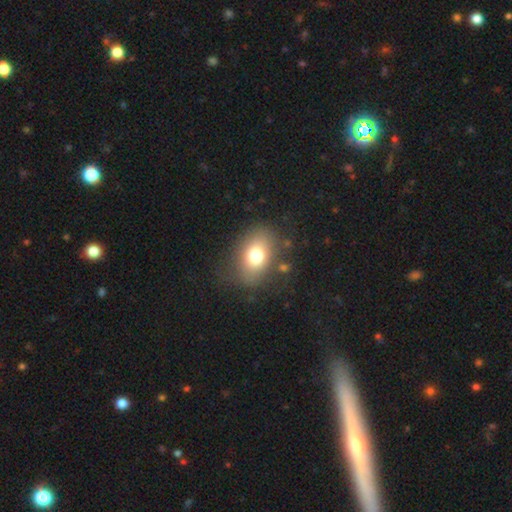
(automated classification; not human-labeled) Smooth or featured: smooth — 73% (featured or disk — 16%)
How rounded: in between — 74% (round — 25%)
Merging: none — 77% (minor disturbance — 14%)